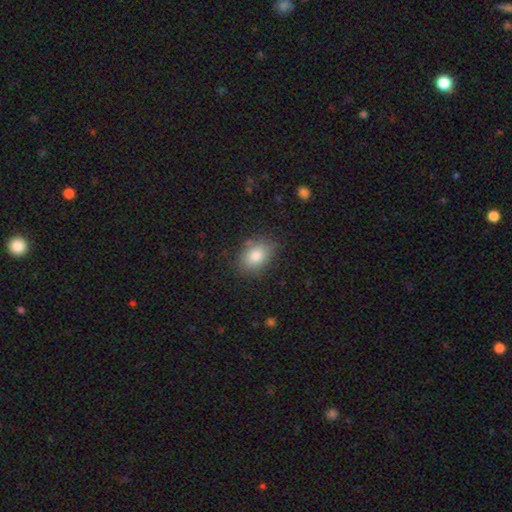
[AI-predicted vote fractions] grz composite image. It shows a smooth galaxy with no disk features (83%) that is in between round and cigar-shaped (79%). Merging: none (79%).